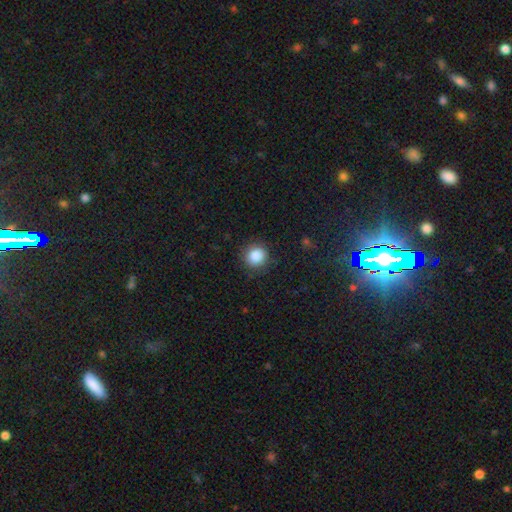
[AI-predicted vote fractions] smooth-or-featured: smooth: 87% | star or artifact: 10% | featured or disk: 4%
  how-rounded: round: 91% | in between: 8% | cigar-shaped: 1%
  merging: none: 88% | minor disturbance: 8% | major disturbance: 3% | merger: 1%